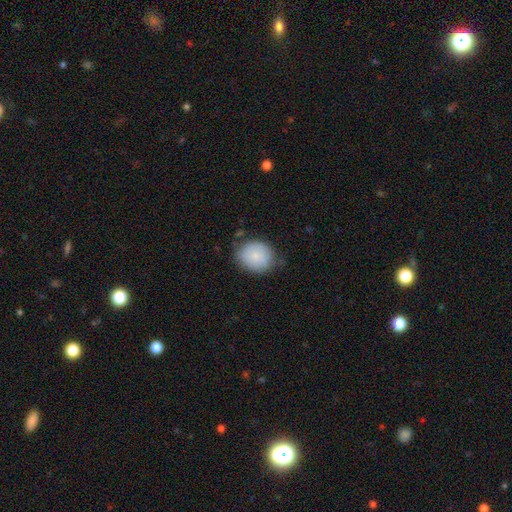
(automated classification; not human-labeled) This appears to be a smooth galaxy with no disk features (81%) that is round (69%). Merging: none (69%).